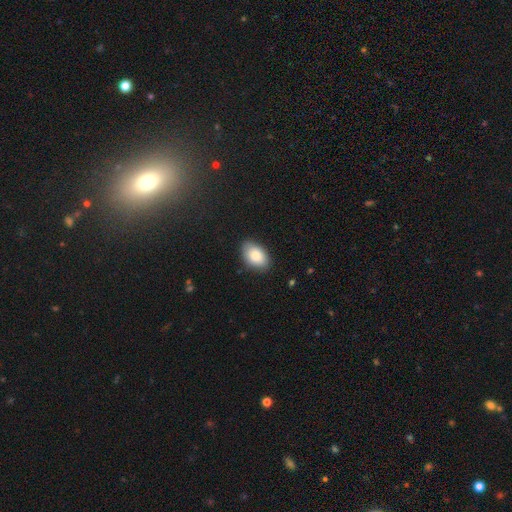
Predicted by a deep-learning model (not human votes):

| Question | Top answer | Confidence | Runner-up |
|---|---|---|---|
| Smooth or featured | smooth | 86% | featured or disk (7%) |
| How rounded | in between | 92% | round (7%) |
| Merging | none | 83% | minor disturbance (13%) |